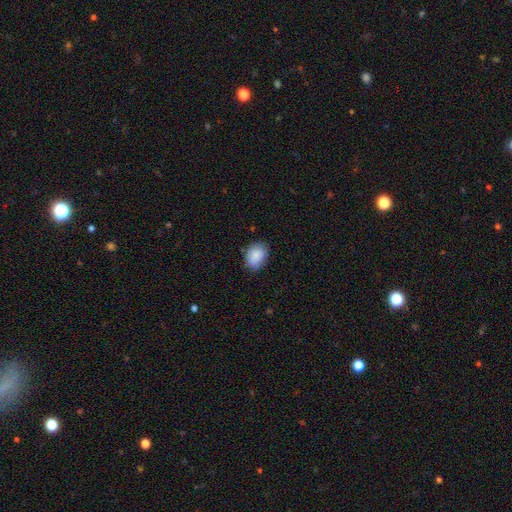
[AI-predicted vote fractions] Smooth or featured? smooth (86%)
How rounded? in between (66%)
Merging? none (76%)